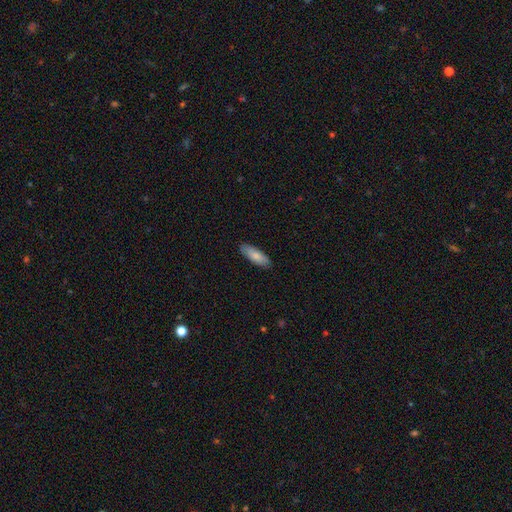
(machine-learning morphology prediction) Smooth or featured? smooth (83%)
How rounded? in between (65%)
Merging? none (87%)